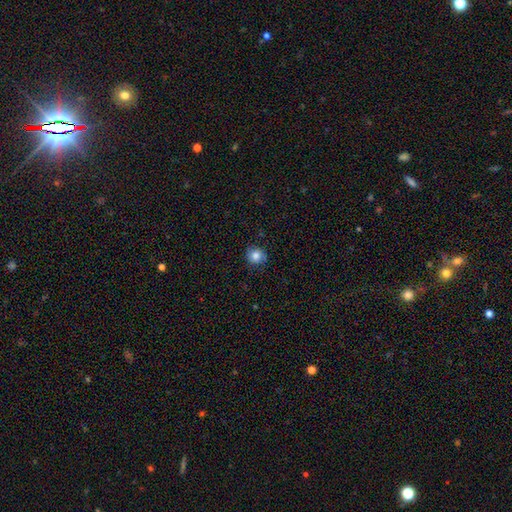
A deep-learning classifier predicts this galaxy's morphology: Smooth or featured?
  - smooth: 76% *
  - featured or disk: 13%
  - star or artifact: 10%
How rounded?
  - round: 86% *
  - in between: 13%
  - cigar-shaped: 1%
Merging?
  - none: 81% *
  - minor disturbance: 15%
  - major disturbance: 4%
  - merger: 1%